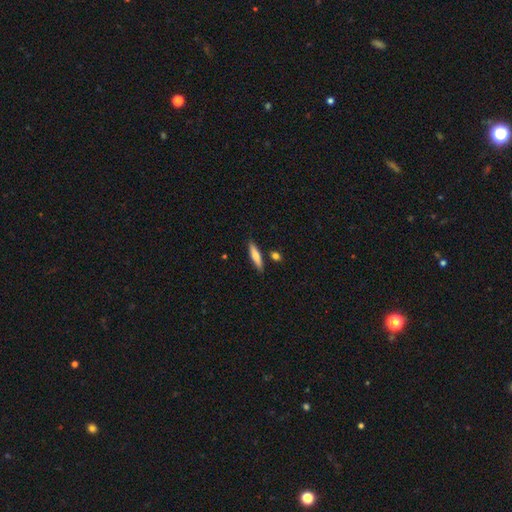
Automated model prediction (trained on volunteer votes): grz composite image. It shows a smooth galaxy with no disk features (66%) that is cigar-shaped (81%). Merging: none (84%).